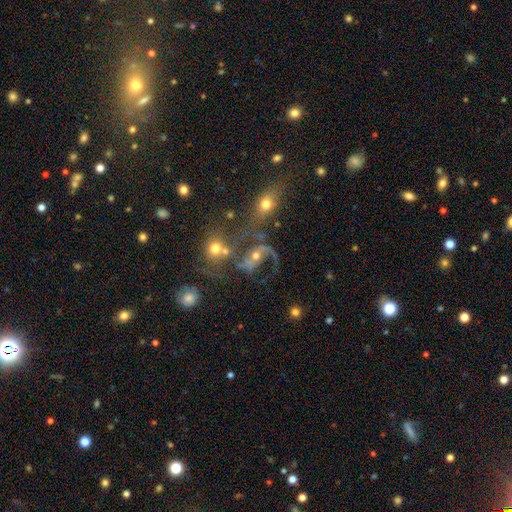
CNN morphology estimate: featured or disk 66%, smooth 17%, star or artifact 17%. Down the decision tree: edge-on disk — no (95%); bar — no (57%); spiral arms — yes (83%); spiral arm count — 2 (67%); spiral winding — loose (45%); bulge size — moderate (46%); merging — none (36%).